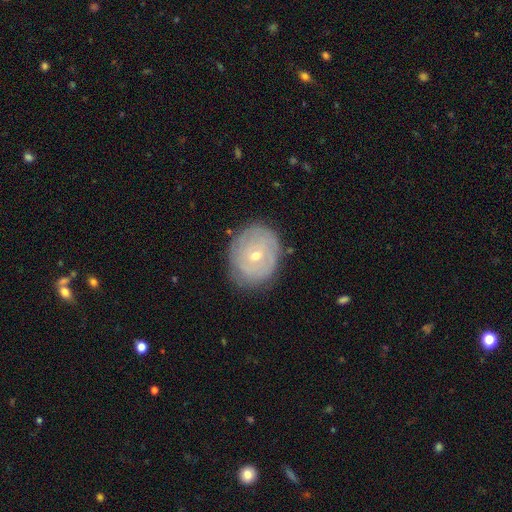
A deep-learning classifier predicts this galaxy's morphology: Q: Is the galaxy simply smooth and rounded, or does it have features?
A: featured or disk — 64%.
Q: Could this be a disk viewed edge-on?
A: no — 96%.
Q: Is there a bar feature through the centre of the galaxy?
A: no — 74%.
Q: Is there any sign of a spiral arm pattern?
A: yes — 69%.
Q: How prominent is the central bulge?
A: small — 60%.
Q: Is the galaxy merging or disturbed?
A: none — 79%.